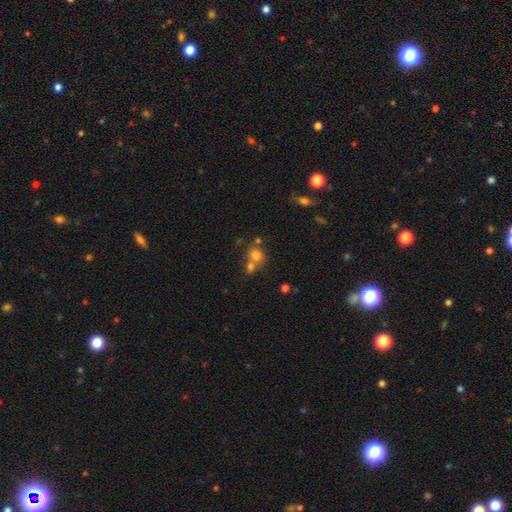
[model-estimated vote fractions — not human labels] The model was most divided on "merging": merger: 45%, none: 43%, minor disturbance: 8%, major disturbance: 4%. More confident: smooth or featured — smooth (72%); how rounded — round (71%).